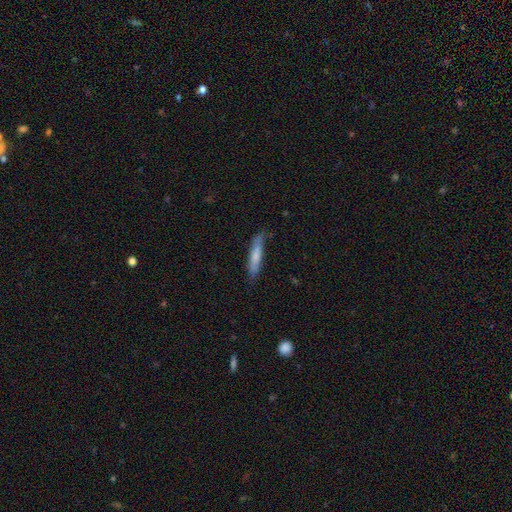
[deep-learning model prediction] This appears to be a smooth galaxy with no disk features (73%) that is cigar-shaped (86%). Merging: none (78%).